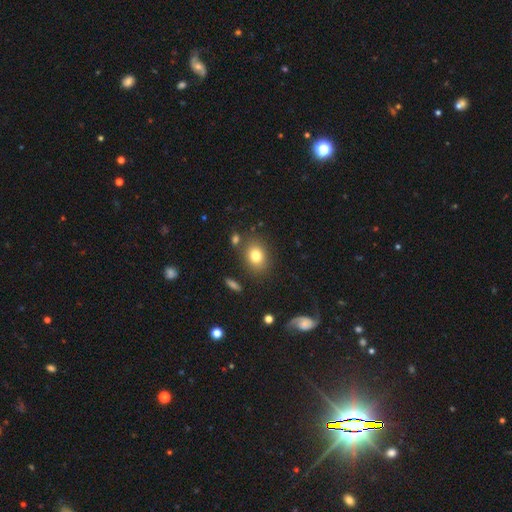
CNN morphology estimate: Smooth or featured: smooth — 79% (star or artifact — 11%)
How rounded: in between — 56% (round — 43%)
Merging: none — 80% (minor disturbance — 11%)